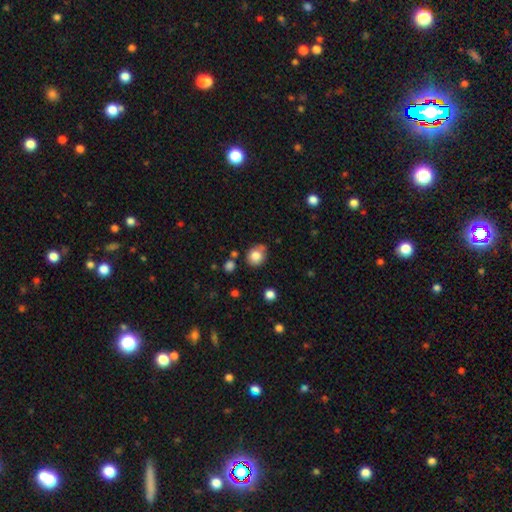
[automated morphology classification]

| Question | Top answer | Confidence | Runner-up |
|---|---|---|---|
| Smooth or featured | smooth | 81% | star or artifact (10%) |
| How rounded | round | 73% | in between (26%) |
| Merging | none | 69% | minor disturbance (19%) |